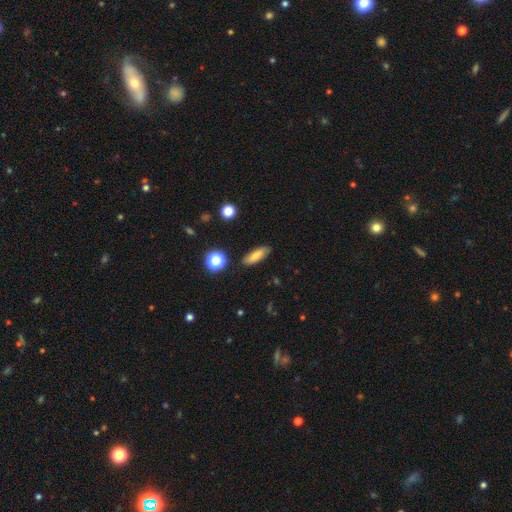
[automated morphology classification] smooth 76%, featured or disk 14%, star or artifact 10%. Down the decision tree: how rounded — in between (58%); merging — none (84%).